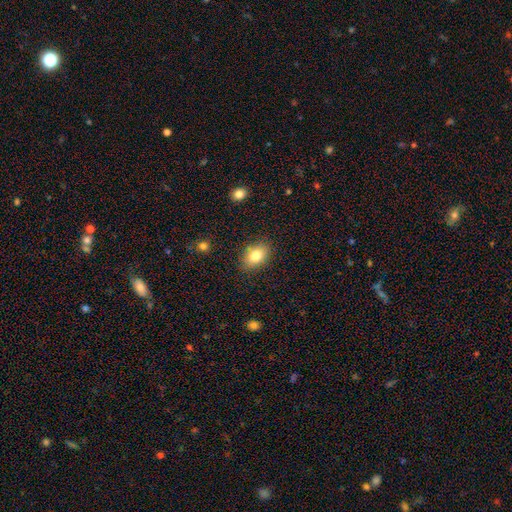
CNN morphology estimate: smooth 81%, featured or disk 10%, star or artifact 9%. Down the decision tree: how rounded — in between (82%); merging — none (84%).